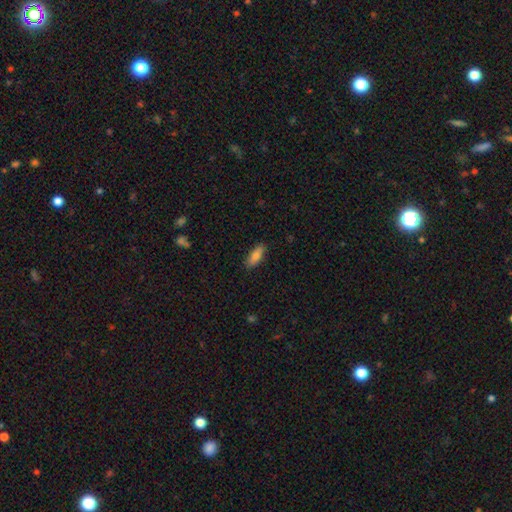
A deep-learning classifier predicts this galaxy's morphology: Overall: smooth (78%). How rounded: in between (68%; cigar-shaped 30%). Merging: none (88%).